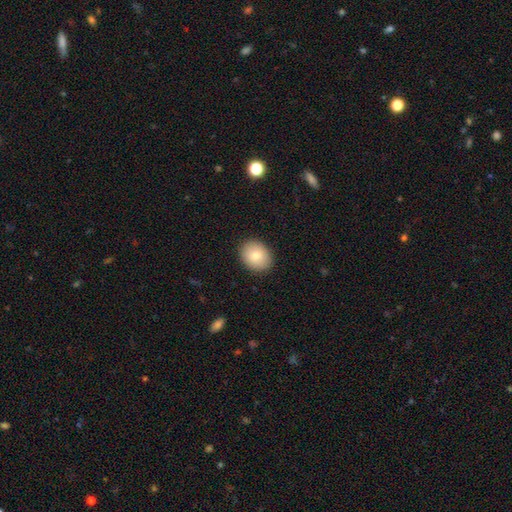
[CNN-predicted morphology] This appears to be a smooth galaxy with no disk features (81%) that is round (50%). Merging: none (89%).